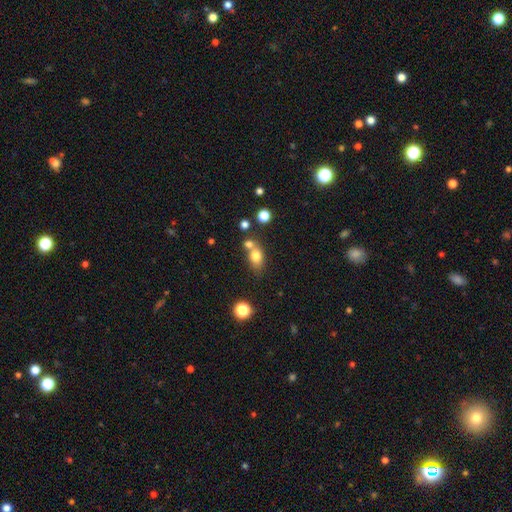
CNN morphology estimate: smooth_or_featured: smooth (p=0.77) [alt: featured or disk p=0.12]
how_rounded: in between (p=0.63) [alt: round p=0.34]
merging: none (p=0.47) [alt: merger p=0.37]